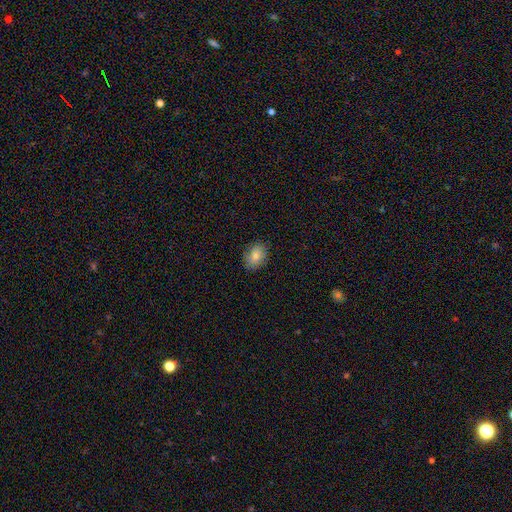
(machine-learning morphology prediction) smooth-or-featured: smooth: 79% | featured or disk: 12% | star or artifact: 9%
  how-rounded: in between: 68% | round: 31% | cigar-shaped: 1%
  merging: none: 82% | minor disturbance: 14% | major disturbance: 3% | merger: 1%